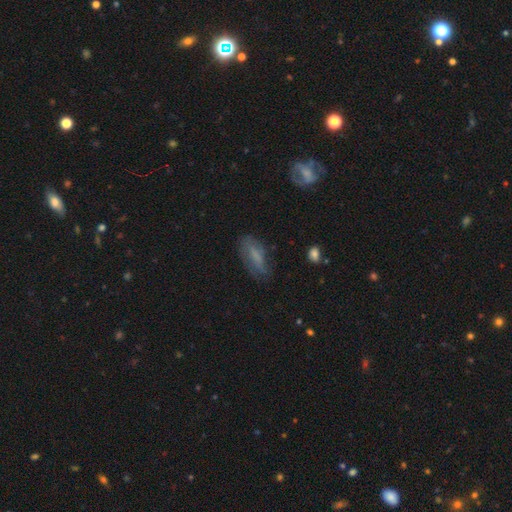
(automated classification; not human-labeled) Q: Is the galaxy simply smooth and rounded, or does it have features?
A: smooth — 57%.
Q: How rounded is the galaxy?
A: in between — 74%.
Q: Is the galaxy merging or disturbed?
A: none — 64%.